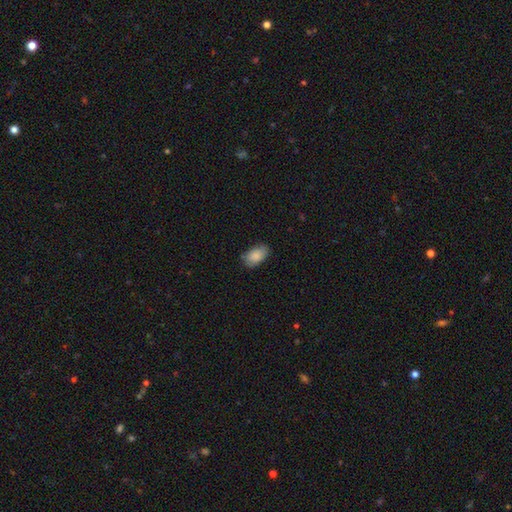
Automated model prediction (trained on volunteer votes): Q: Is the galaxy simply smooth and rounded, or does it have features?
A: smooth — 87%.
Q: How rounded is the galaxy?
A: in between — 92%.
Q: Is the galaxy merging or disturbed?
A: none — 75%.